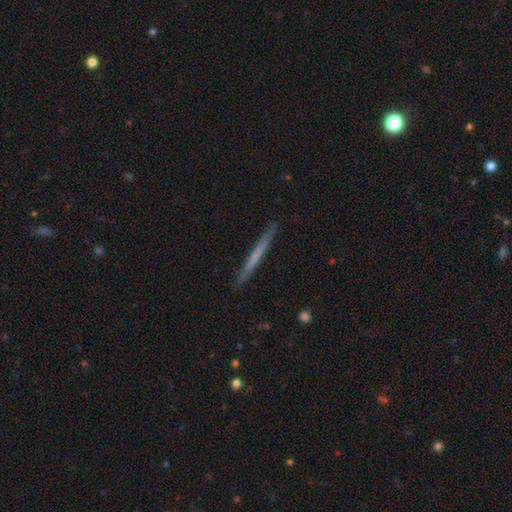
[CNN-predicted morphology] Smooth or featured?
  - smooth: 51% *
  - featured or disk: 44%
  - star or artifact: 6%
How rounded?
  - cigar-shaped: 97% *
  - in between: 2%
  - round: 1%
Merging?
  - none: 91% *
  - minor disturbance: 6%
  - major disturbance: 1%
  - merger: 1%